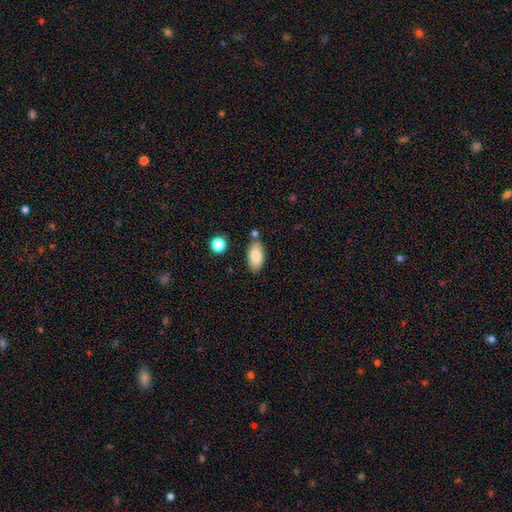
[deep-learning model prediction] Q: Smooth or featured?
A: smooth (81%); runner-up: featured or disk (12%)
Q: How rounded?
A: in between (92%); runner-up: cigar-shaped (4%)
Q: Merging?
A: none (76%); runner-up: minor disturbance (14%)